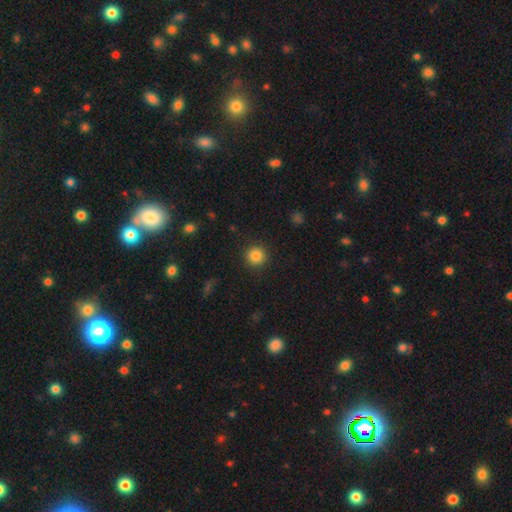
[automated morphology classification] smooth-or-featured: smooth: 85% | star or artifact: 10% | featured or disk: 5%
  how-rounded: round: 94% | in between: 5% | cigar-shaped: 1%
  merging: none: 91% | minor disturbance: 6% | major disturbance: 2% | merger: 1%